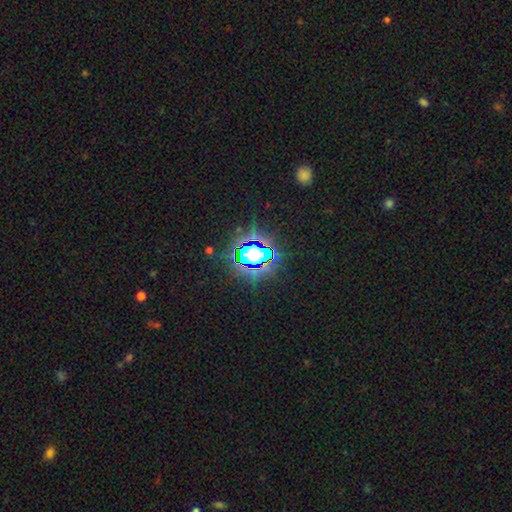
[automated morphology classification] smooth-or-featured: star or artifact: 66% | smooth: 20% | featured or disk: 13%